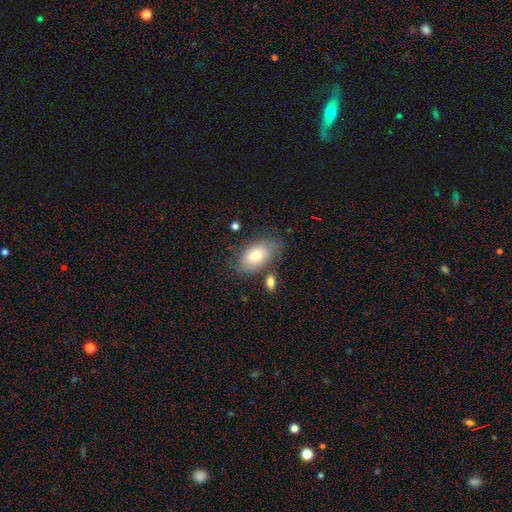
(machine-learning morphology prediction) Smooth or featured: smooth — 76% (featured or disk — 17%)
How rounded: in between — 92% (round — 6%)
Merging: none — 69% (minor disturbance — 19%)